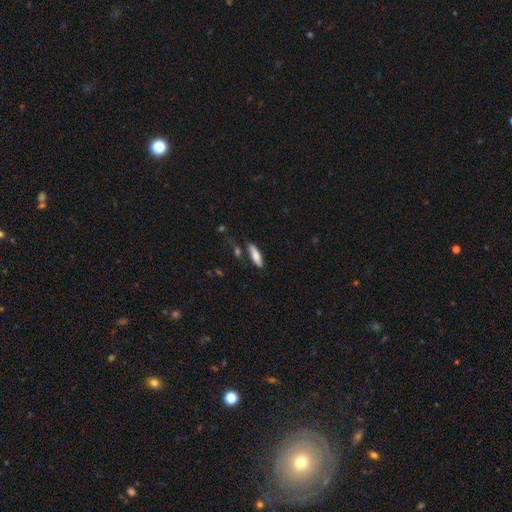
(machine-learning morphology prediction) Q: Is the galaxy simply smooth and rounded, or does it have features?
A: smooth — 73%.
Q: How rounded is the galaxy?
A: cigar-shaped — 56%.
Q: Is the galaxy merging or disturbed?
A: none — 74%.